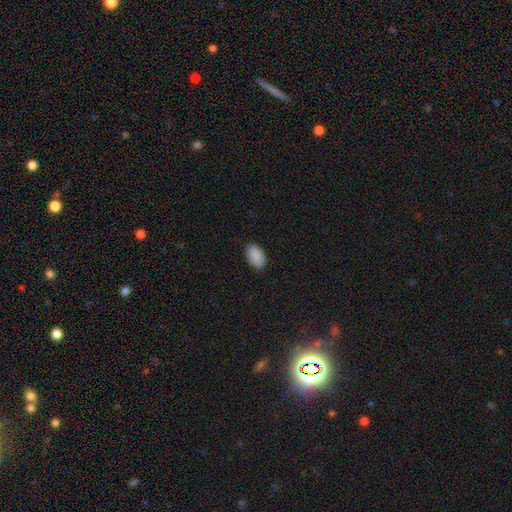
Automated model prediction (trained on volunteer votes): smooth_or_featured: smooth (p=0.91) [alt: star or artifact p=0.07]
how_rounded: in between (p=0.93) [alt: round p=0.06]
merging: none (p=0.88) [alt: minor disturbance p=0.09]